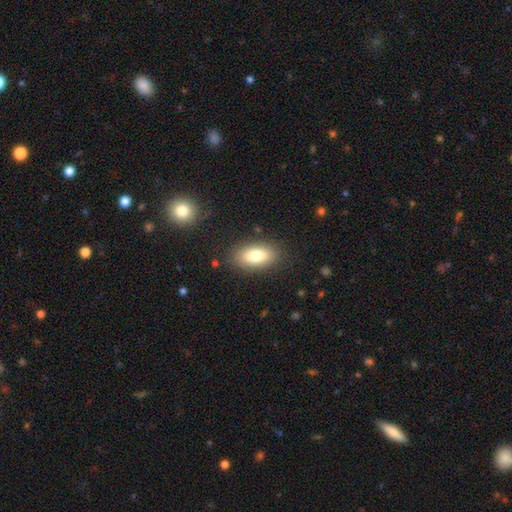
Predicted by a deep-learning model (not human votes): Morphology: type=smooth (80%); roundness=in between (90%); merging=none (85%).